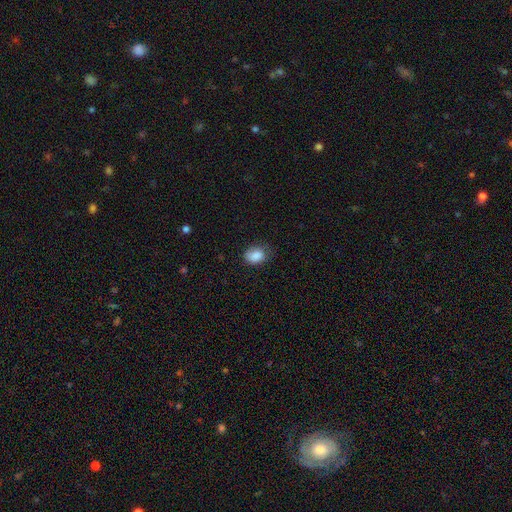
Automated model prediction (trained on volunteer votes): Smooth or featured? smooth (86%)
How rounded? in between (72%)
Merging? none (63%)